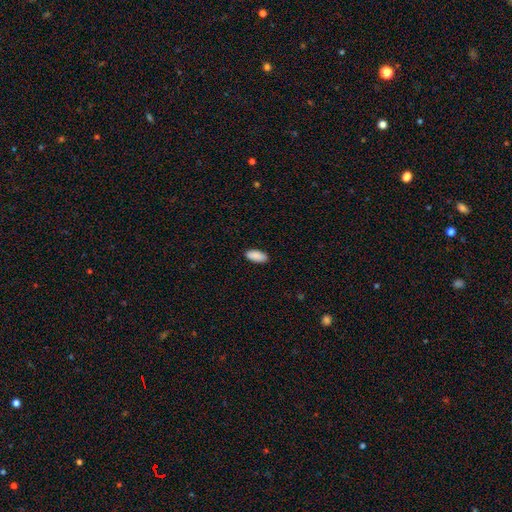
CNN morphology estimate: A smooth galaxy with no disk features (91%) that is in between round and cigar-shaped (90%).

Vote fractions:
- Smooth or featured? smooth: 91% / star or artifact: 6% / featured or disk: 3%
- How rounded? in between: 90% / cigar-shaped: 9% / round: 2%
- Merging? none: 89% / minor disturbance: 8% / major disturbance: 2% / merger: 1%